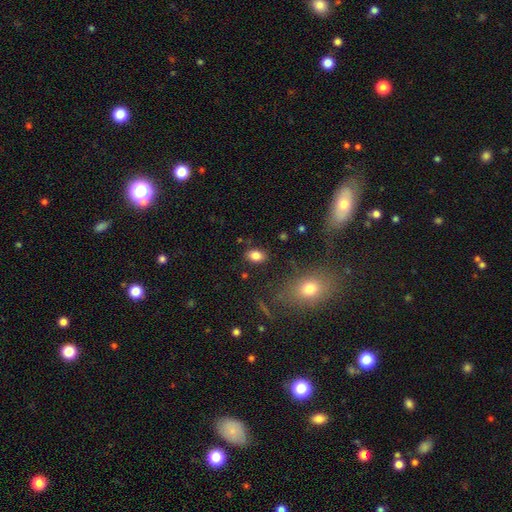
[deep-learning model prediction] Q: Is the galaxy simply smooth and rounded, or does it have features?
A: smooth — 83%.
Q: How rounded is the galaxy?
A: in between — 81%.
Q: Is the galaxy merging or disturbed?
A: none — 85%.